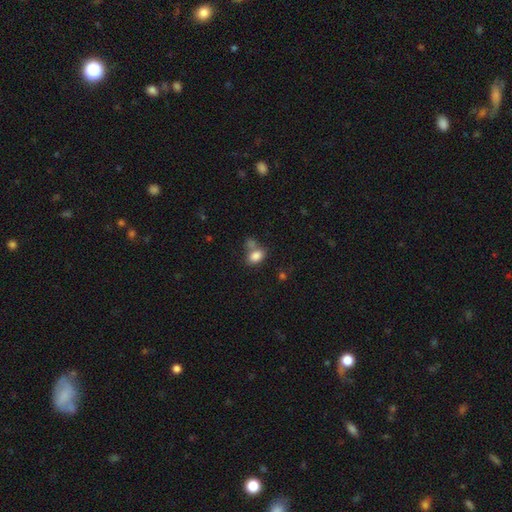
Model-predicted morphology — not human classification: This is clearly a smooth galaxy (83%). How rounded: clearly in between (84%). Merging: possibly none (48%).